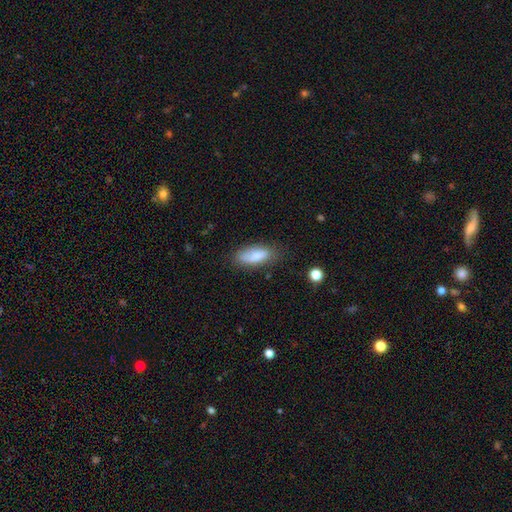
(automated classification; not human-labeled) smooth_or_featured: smooth (p=0.81) [alt: featured or disk p=0.12]
how_rounded: in between (p=0.81) [alt: cigar-shaped p=0.17]
merging: none (p=0.69) [alt: minor disturbance p=0.23]